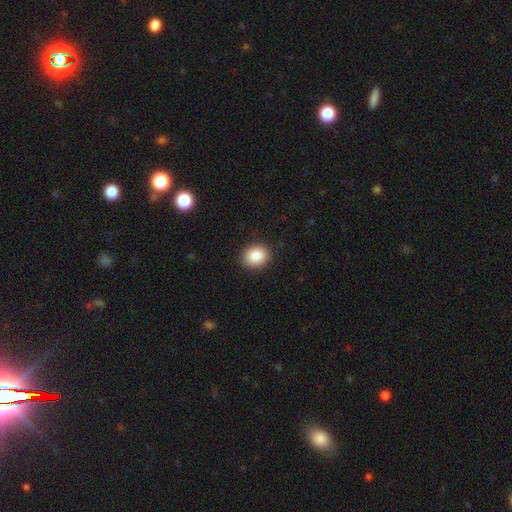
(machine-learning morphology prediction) Overall: smooth (87%). How rounded: round (58%; in between 41%). Merging: none (90%).